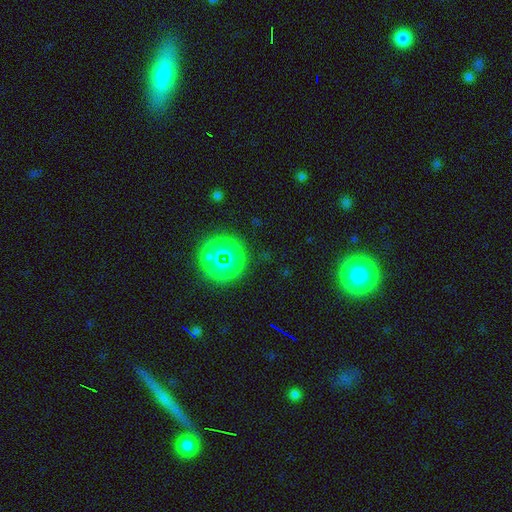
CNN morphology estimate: Overall: star or artifact (68%).